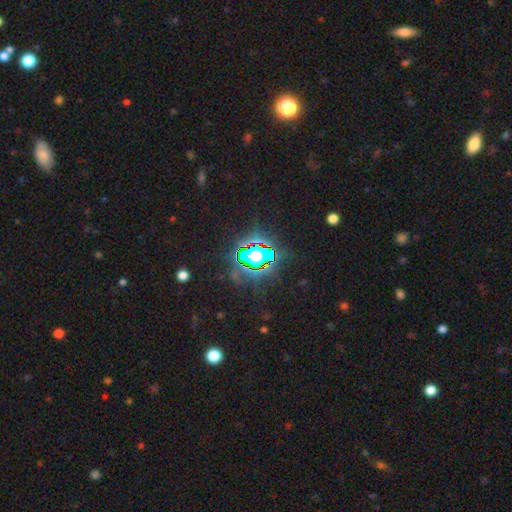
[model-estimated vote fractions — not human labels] A star or artifact, not a galaxy (69%).

Vote fractions:
- Smooth or featured? star or artifact: 69% / smooth: 19% / featured or disk: 13%